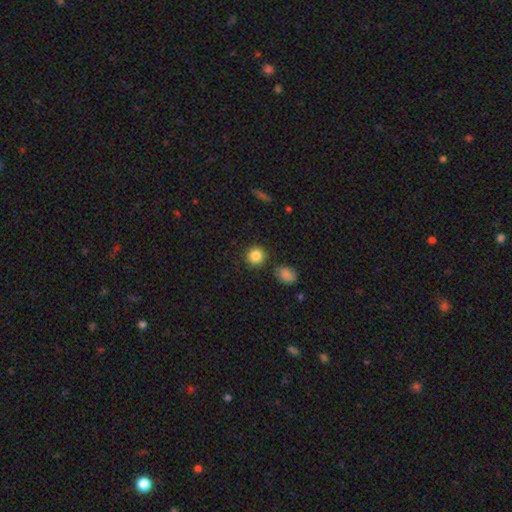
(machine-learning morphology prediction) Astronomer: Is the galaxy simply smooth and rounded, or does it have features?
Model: smooth — 86%.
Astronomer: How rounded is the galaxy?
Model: round — 90%.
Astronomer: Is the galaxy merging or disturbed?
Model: none — 84%.